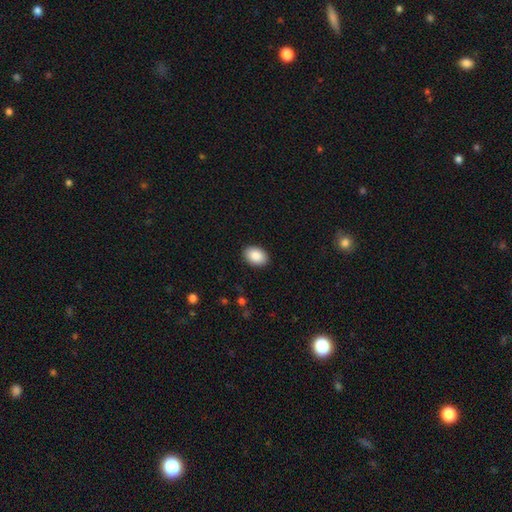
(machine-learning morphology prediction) Smooth or featured? smooth (89%)
How rounded? in between (83%)
Merging? none (90%)